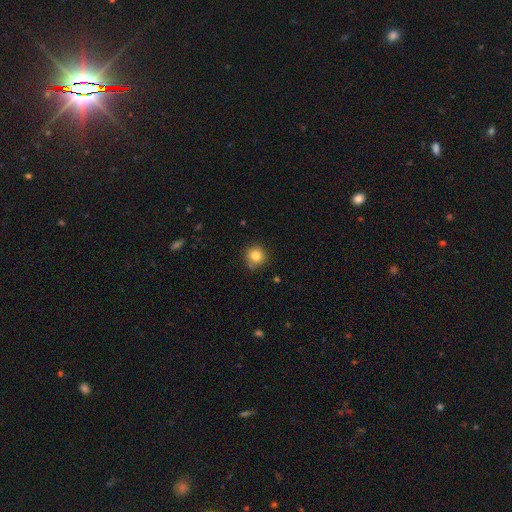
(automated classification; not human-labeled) smooth-or-featured: smooth: 83% | star or artifact: 11% | featured or disk: 6%
  how-rounded: round: 93% | in between: 6% | cigar-shaped: 1%
  merging: none: 83% | minor disturbance: 10% | merger: 4% | major disturbance: 2%